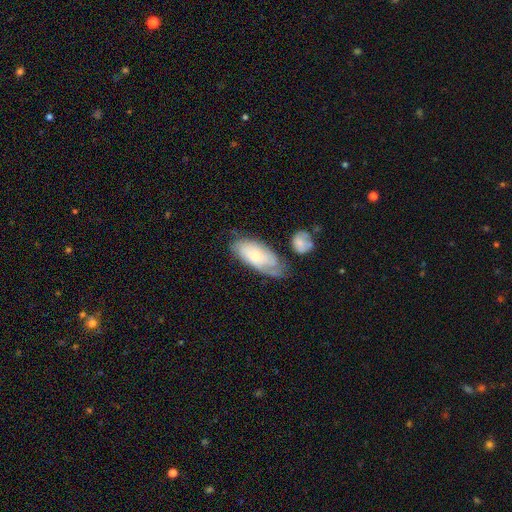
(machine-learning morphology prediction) Smooth or featured? Predicted: smooth (p=0.47). Merging? Predicted: none (p=0.50).